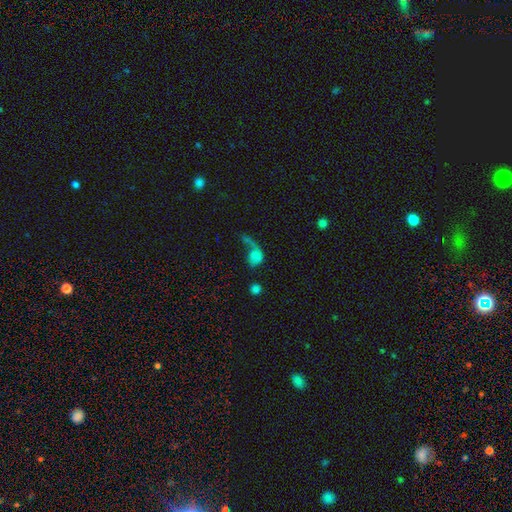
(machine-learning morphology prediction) smooth_or_featured: smooth (p=0.60) [alt: featured or disk p=0.26]
how_rounded: in between (p=0.56) [alt: round p=0.41]
merging: major disturbance (p=0.42) [alt: none p=0.23]